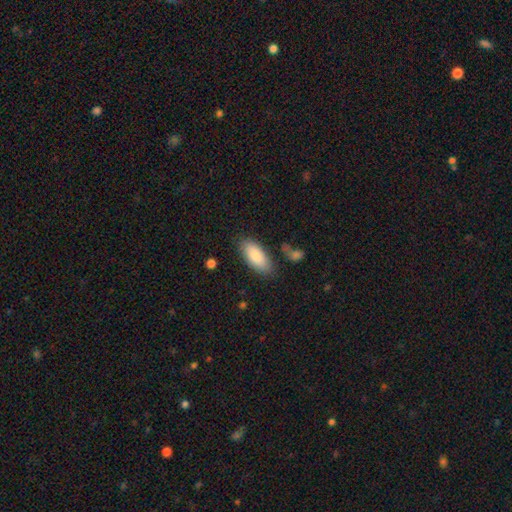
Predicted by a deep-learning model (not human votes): Overall: smooth (86%). How rounded: in between (87%). Merging: none (80%).